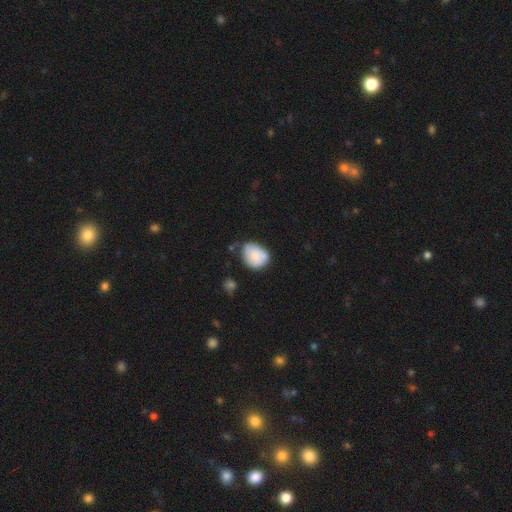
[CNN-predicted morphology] Overall: smooth (78%). How rounded: in between (54%; round 45%). Merging: none (46%; minor disturbance 36%).